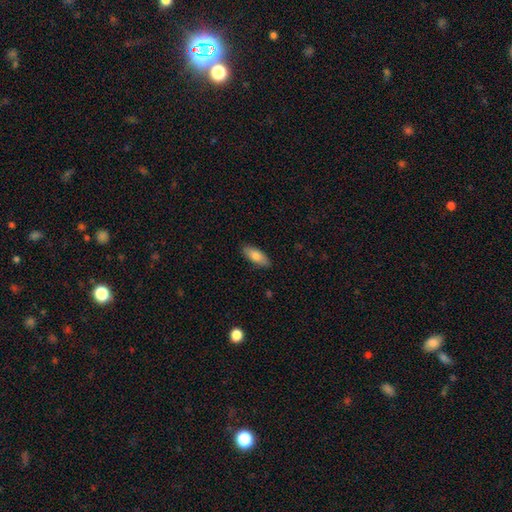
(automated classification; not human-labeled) Smooth or featured: smooth — 80% (featured or disk — 14%)
How rounded: in between — 81% (cigar-shaped — 17%)
Merging: none — 88% (minor disturbance — 9%)